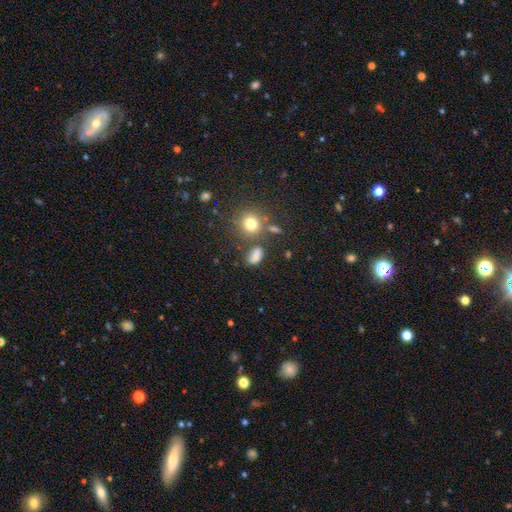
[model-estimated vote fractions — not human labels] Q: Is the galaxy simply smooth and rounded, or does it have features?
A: smooth — 76%.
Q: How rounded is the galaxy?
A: in between — 75%.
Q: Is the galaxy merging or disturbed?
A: none — 62%.